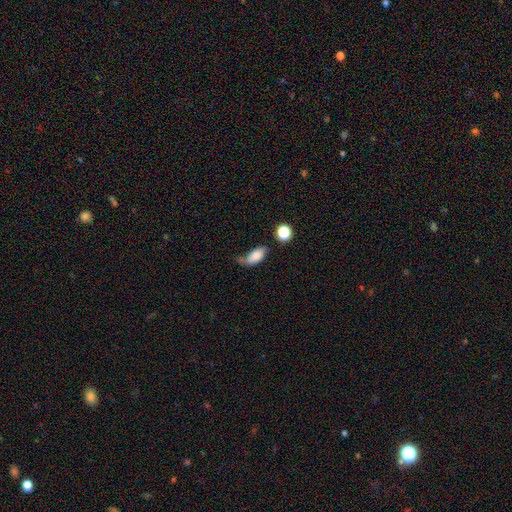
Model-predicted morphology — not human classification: smooth 81%, featured or disk 10%, star or artifact 9%. Down the decision tree: how rounded — in between (89%); merging — none (42%).